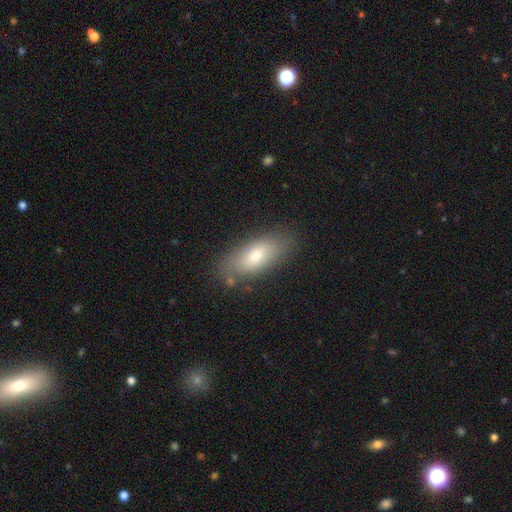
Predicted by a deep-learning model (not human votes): Smooth or featured?
  - smooth: 72% *
  - featured or disk: 20%
  - star or artifact: 8%
How rounded?
  - in between: 80% *
  - cigar-shaped: 17%
  - round: 3%
Merging?
  - none: 81% *
  - minor disturbance: 13%
  - major disturbance: 4%
  - merger: 3%